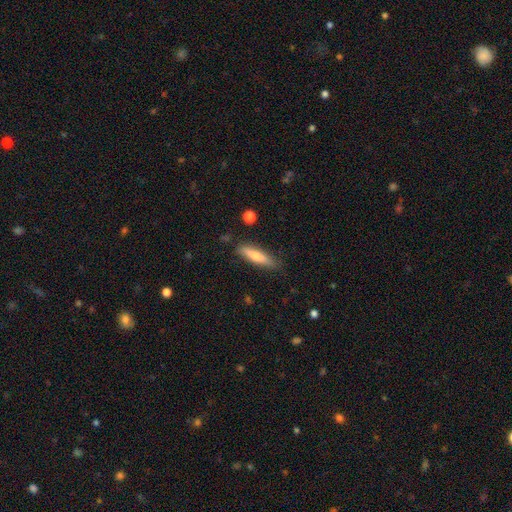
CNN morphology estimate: smooth 65%, featured or disk 29%, star or artifact 6%. Down the decision tree: how rounded — cigar-shaped (78%); merging — none (83%).